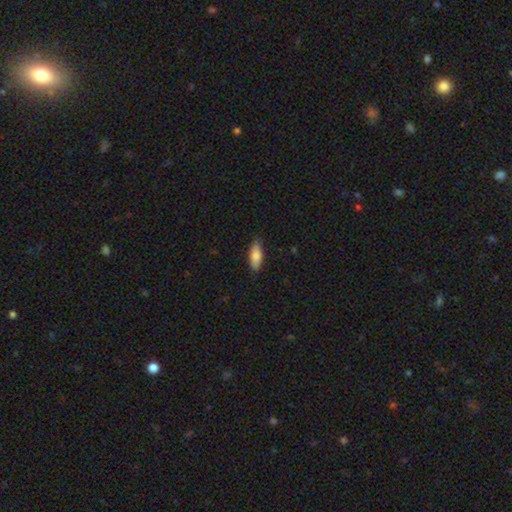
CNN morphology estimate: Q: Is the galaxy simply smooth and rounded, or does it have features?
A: smooth — 83%.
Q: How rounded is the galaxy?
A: in between — 74%.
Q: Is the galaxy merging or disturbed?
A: none — 84%.